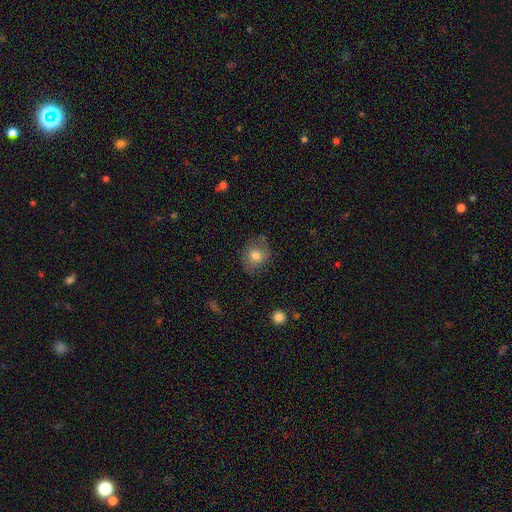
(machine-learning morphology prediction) The model was most divided on "how rounded": round: 62%, in between: 37%, cigar-shaped: 1%. More confident: merging — none (75%); smooth or featured — smooth (72%).